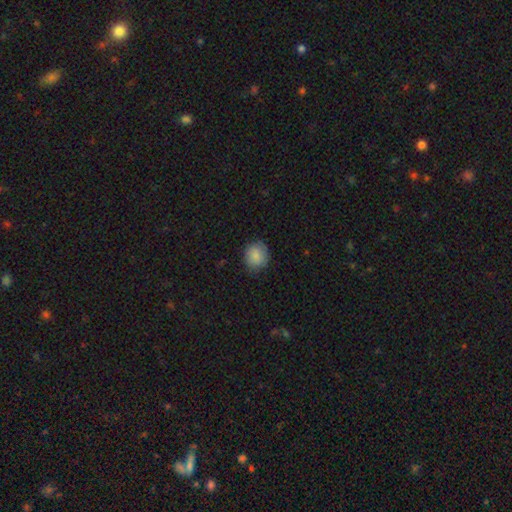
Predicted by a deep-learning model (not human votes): A smooth galaxy with no disk features (85%) that is round (76%).

Vote fractions:
- Smooth or featured? smooth: 85% / star or artifact: 8% / featured or disk: 7%
- How rounded? round: 76% / in between: 23% / cigar-shaped: 1%
- Merging? none: 82% / minor disturbance: 14% / major disturbance: 3% / merger: 1%